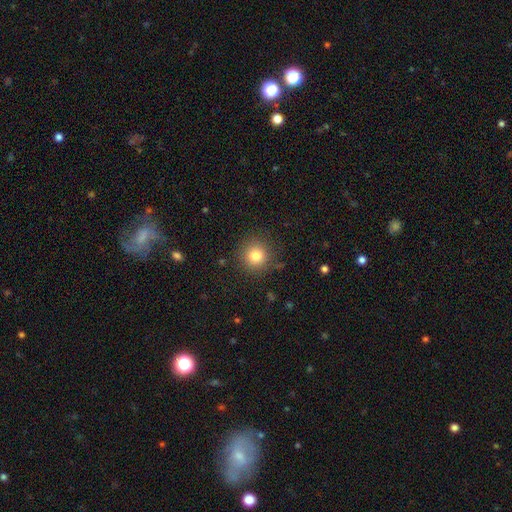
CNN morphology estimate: smooth 80%, star or artifact 13%, featured or disk 7%. Down the decision tree: how rounded — round (94%); merging — none (88%).